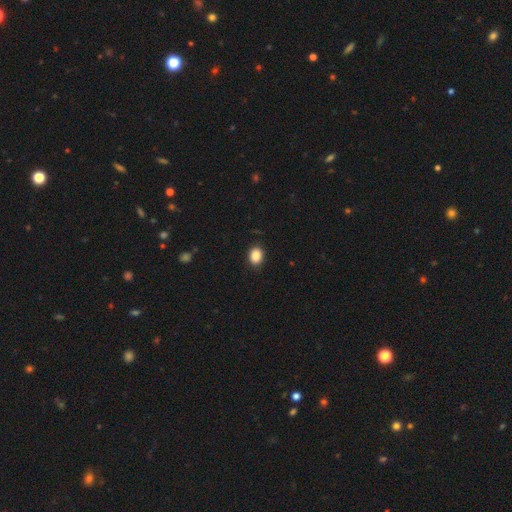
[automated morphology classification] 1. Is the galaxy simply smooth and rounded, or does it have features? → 88% smooth, 9% star or artifact, 3% featured or disk.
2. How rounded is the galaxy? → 59% in between, 40% round, 1% cigar-shaped.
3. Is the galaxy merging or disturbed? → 87% none, 10% minor disturbance, 2% major disturbance, 1% merger.